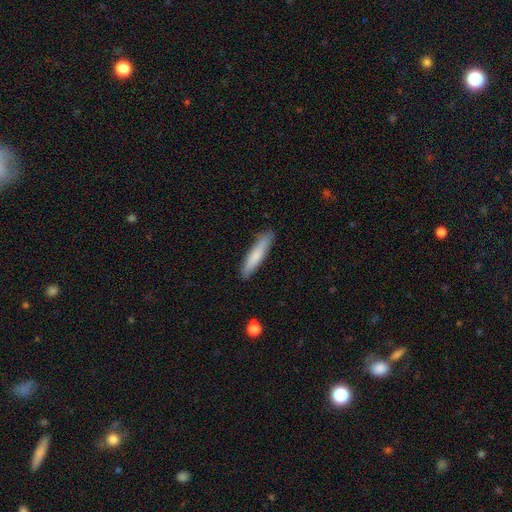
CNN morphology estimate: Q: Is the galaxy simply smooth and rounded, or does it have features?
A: smooth — 77%.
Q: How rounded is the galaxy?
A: cigar-shaped — 87%.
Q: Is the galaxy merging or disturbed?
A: none — 87%.